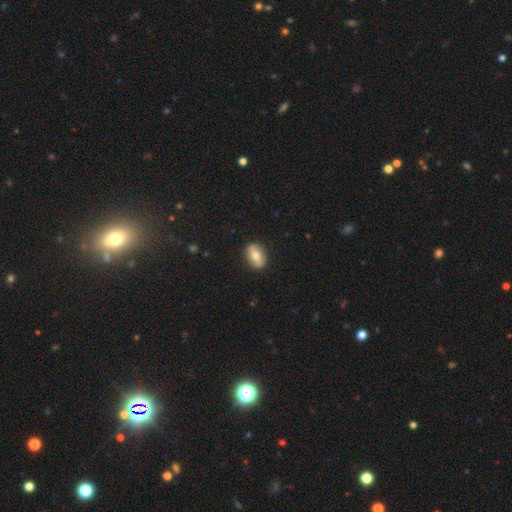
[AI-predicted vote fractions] The model was most divided on "smooth or featured": smooth: 60%, featured or disk: 33%, star or artifact: 7%. More confident: merging — none (88%); how rounded — in between (80%).